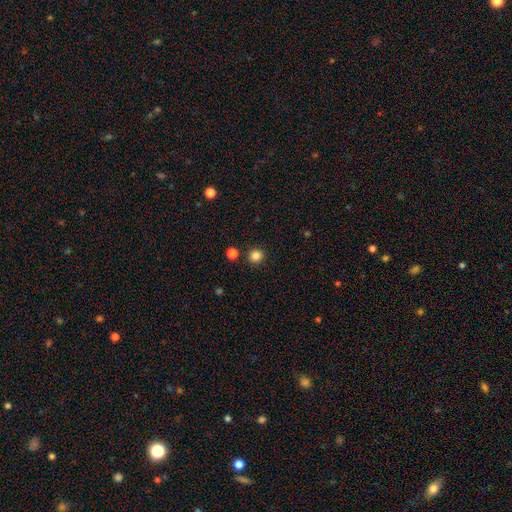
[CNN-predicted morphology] A smooth galaxy with no disk features (84%) that is round (94%). Merging: none (90%).